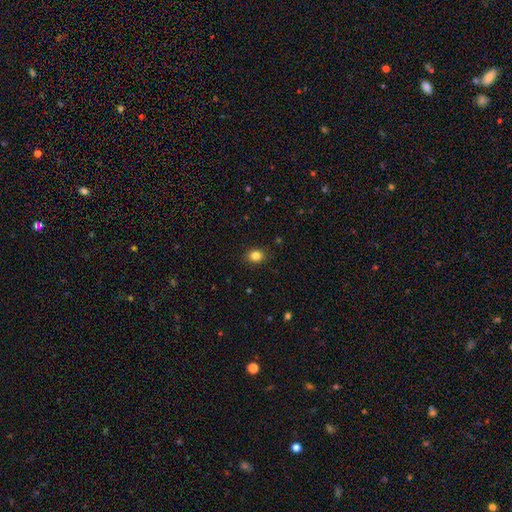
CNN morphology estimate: This appears to be a smooth galaxy with no disk features (84%) that is round (57%). Merging: none (88%).